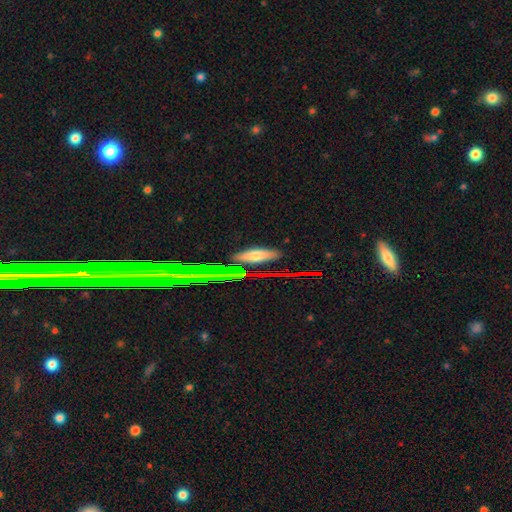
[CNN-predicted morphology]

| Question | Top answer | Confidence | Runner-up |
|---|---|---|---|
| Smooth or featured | smooth | 59% | featured or disk (24%) |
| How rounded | cigar-shaped | 49% | in between (47%) |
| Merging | none | 83% | minor disturbance (12%) |